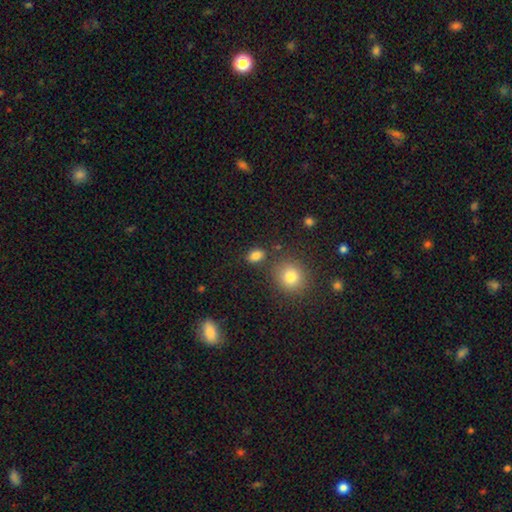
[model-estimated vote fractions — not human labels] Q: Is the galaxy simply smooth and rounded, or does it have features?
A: smooth — 83%.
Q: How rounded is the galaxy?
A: in between — 70%.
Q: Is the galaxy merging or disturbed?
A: none — 78%.